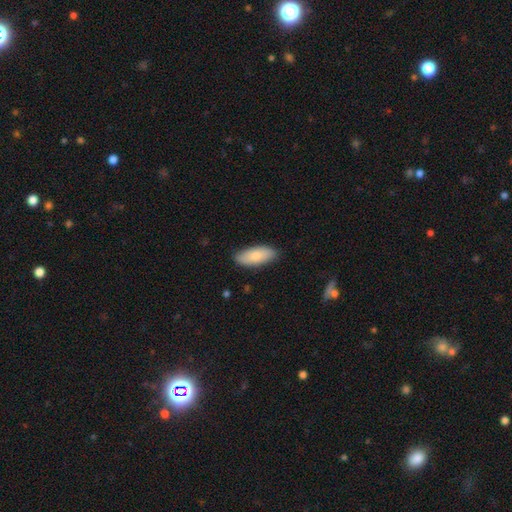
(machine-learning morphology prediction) Smooth or featured?
  - smooth: 83% *
  - featured or disk: 12%
  - star or artifact: 5%
How rounded?
  - in between: 81% *
  - cigar-shaped: 17%
  - round: 2%
Merging?
  - none: 85% *
  - minor disturbance: 12%
  - major disturbance: 2%
  - merger: 1%